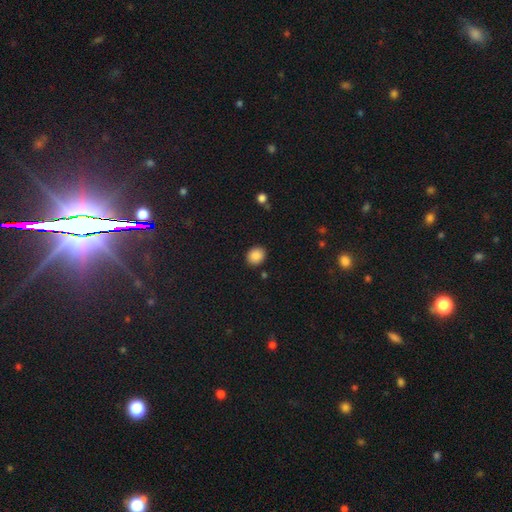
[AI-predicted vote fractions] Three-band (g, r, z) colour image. It shows a smooth galaxy with no disk features (87%) that is round (64%). Merging: none (88%).